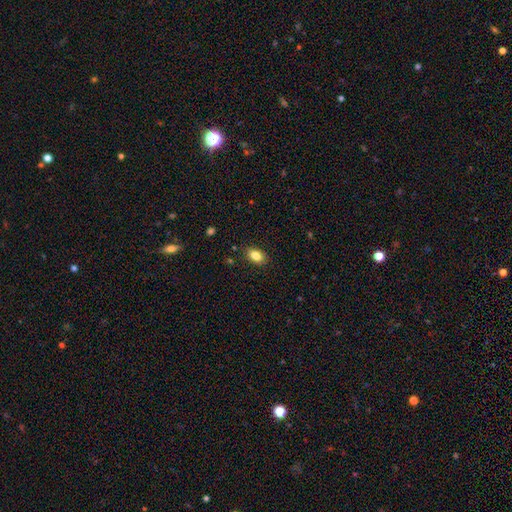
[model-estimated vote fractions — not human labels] A smooth galaxy with no disk features (85%) that is in between round and cigar-shaped (88%).

Vote fractions:
- Smooth or featured? smooth: 85% / star or artifact: 8% / featured or disk: 7%
- How rounded? in between: 88% / round: 9% / cigar-shaped: 2%
- Merging? none: 86% / minor disturbance: 10% / major disturbance: 2% / merger: 1%